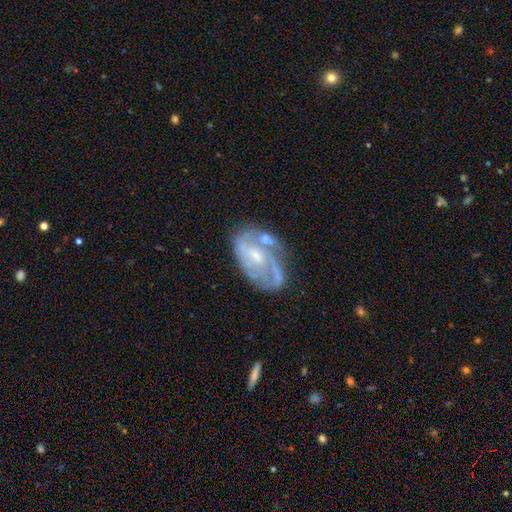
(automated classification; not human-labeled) The model was most divided on "spiral arm count": can't tell: 32%, 2: 29%, 3: 22%, 4: 7%, 1: 6%, more than 4: 4%. Remaining: edge-on disk — no (97%); spiral arms — yes (87%); smooth or featured — featured or disk (80%); bulge size — small (61%); bar — no (55%); merging — none (54%); spiral winding — tight (44%).